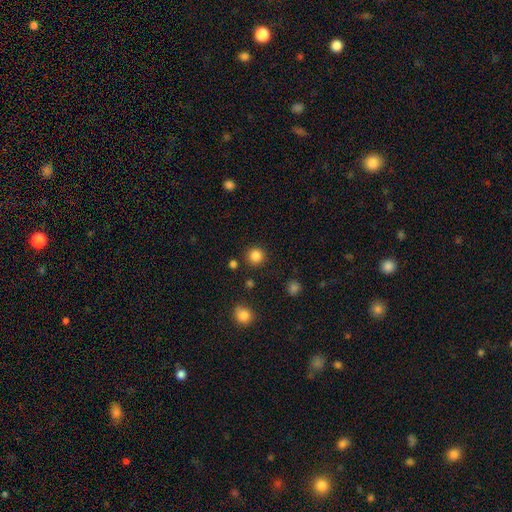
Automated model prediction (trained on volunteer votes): Overall: smooth (85%). How rounded: round (94%). Merging: none (89%).